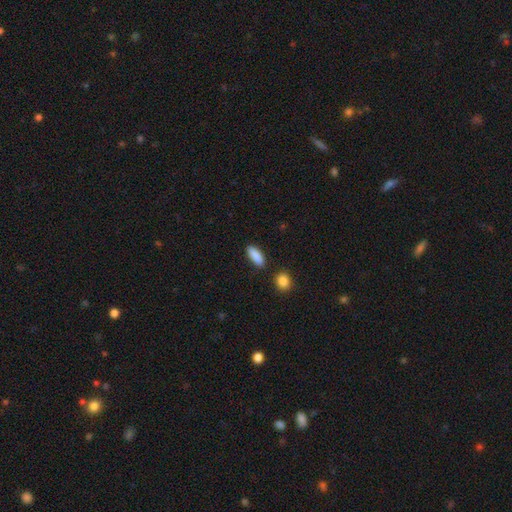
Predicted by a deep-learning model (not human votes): A smooth galaxy with no disk features (88%) that is in between round and cigar-shaped (61%).

Vote fractions:
- Smooth or featured? smooth: 88% / star or artifact: 6% / featured or disk: 6%
- How rounded? in between: 61% / cigar-shaped: 36% / round: 3%
- Merging? none: 84% / minor disturbance: 9% / merger: 4% / major disturbance: 2%